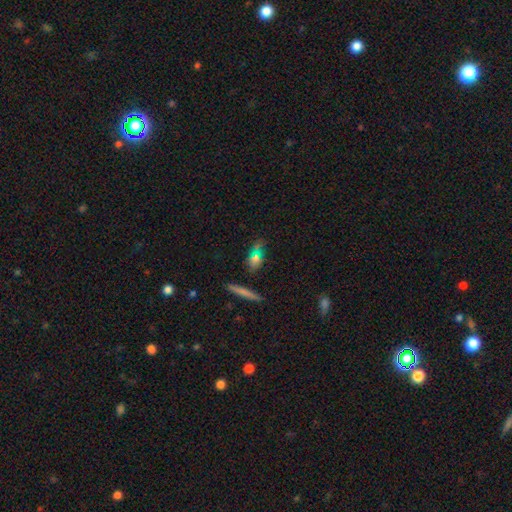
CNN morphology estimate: This appears to be a smooth galaxy with no disk features (60%) that is in between round and cigar-shaped (59%). Merging: none (68%).